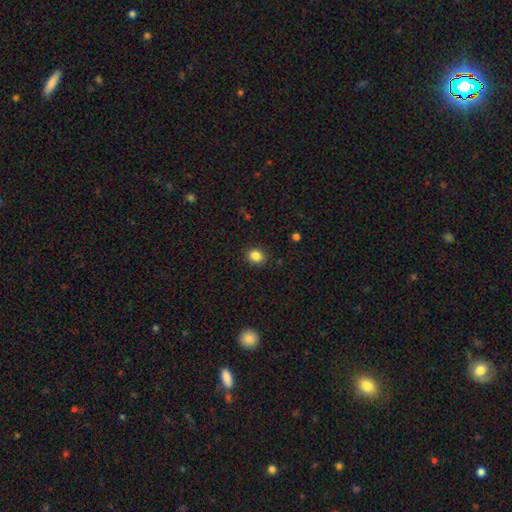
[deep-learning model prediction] Smooth or featured? smooth (85%)
How rounded? round (69%)
Merging? none (89%)